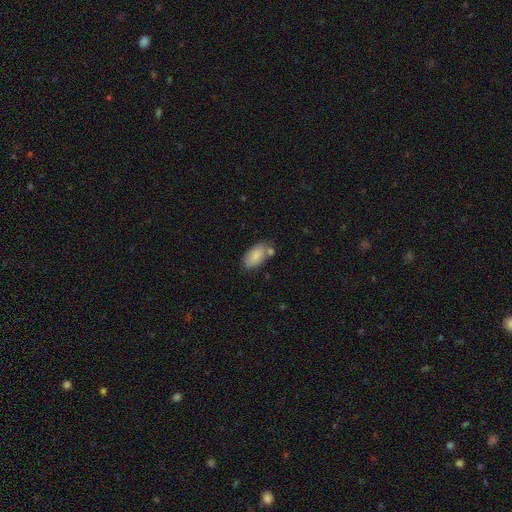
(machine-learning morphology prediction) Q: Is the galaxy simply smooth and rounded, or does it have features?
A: smooth — 84%.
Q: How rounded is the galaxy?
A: in between — 93%.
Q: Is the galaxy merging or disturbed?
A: none — 60%.